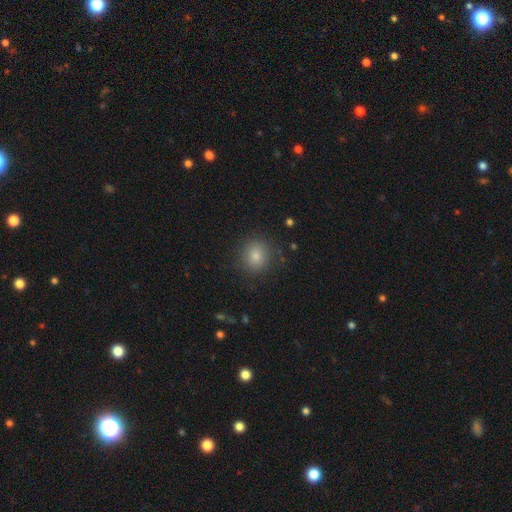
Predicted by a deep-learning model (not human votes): smooth_or_featured: smooth (p=0.79) [alt: star or artifact p=0.14]
how_rounded: round (p=0.81) [alt: in between p=0.18]
merging: none (p=0.85) [alt: minor disturbance p=0.10]